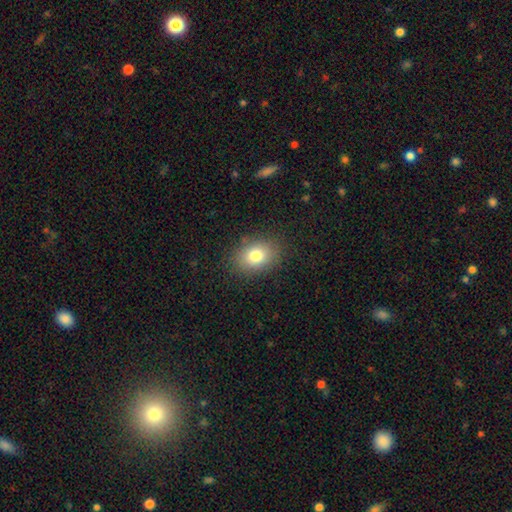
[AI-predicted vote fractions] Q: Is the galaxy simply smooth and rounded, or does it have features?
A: smooth — 80%.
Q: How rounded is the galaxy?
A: in between — 69%.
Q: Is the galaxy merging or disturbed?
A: none — 85%.